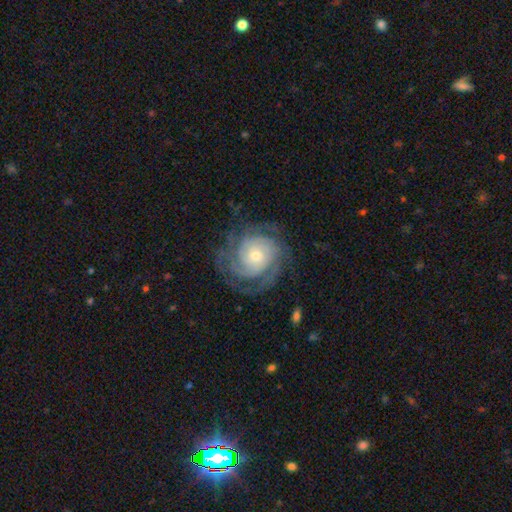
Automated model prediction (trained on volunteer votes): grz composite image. It shows a featured or disk galaxy (87%) with no bar (77%), can't tell (25%, tied with 3) tight (75%) spiral arms (97%) and a small central bulge (56%). Merging: none (76%).